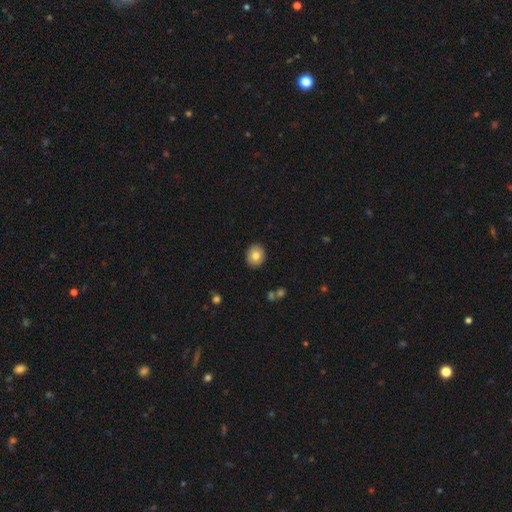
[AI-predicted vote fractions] A smooth galaxy with no disk features (79%) that is round (68%). Merging: none (90%).